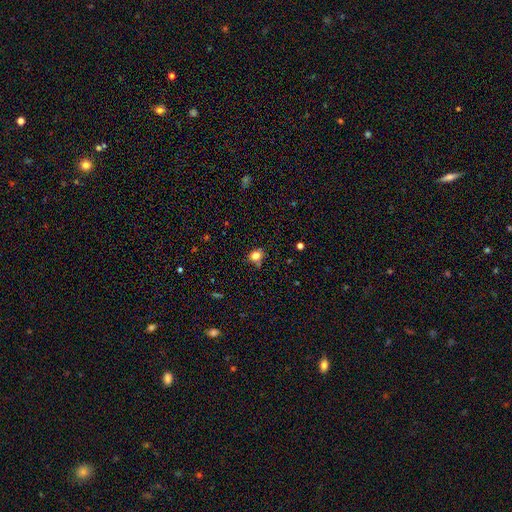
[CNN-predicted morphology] Overall: smooth (78%). How rounded: round (66%; in between 33%). Merging: none (66%).